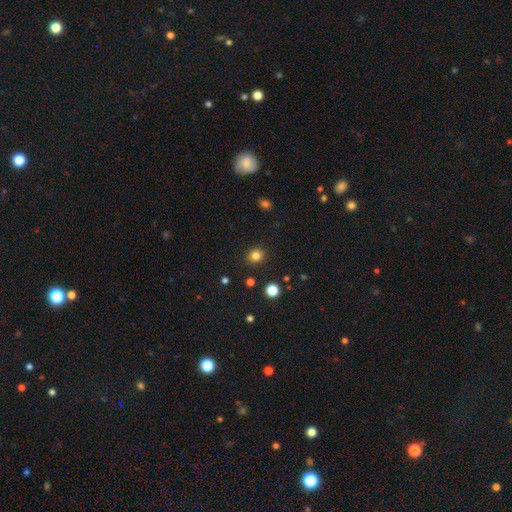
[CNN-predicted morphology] Smooth or featured? smooth (82%)
How rounded? round (87%)
Merging? none (91%)